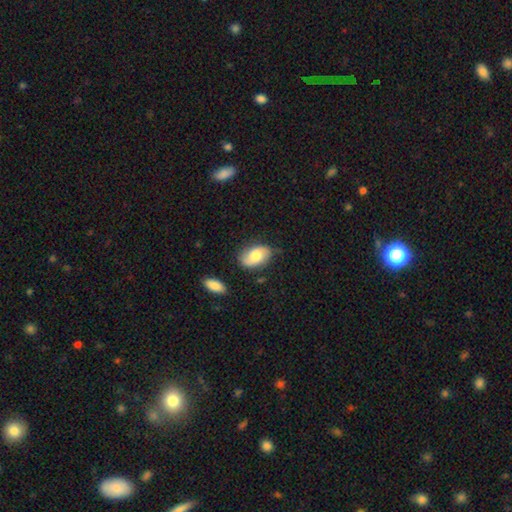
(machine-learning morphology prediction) Q: Smooth or featured?
A: smooth (63%); runner-up: featured or disk (30%)
Q: How rounded?
A: in between (89%); runner-up: round (9%)
Q: Merging?
A: none (72%); runner-up: minor disturbance (20%)